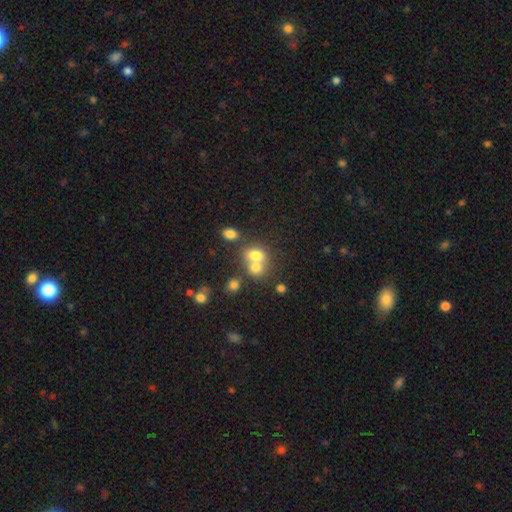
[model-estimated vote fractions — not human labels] smooth-or-featured: smooth: 71% | featured or disk: 16% | star or artifact: 13%
  how-rounded: in between: 50% | round: 49% | cigar-shaped: 1%
  merging: merger: 57% | none: 31% | minor disturbance: 8% | major disturbance: 4%